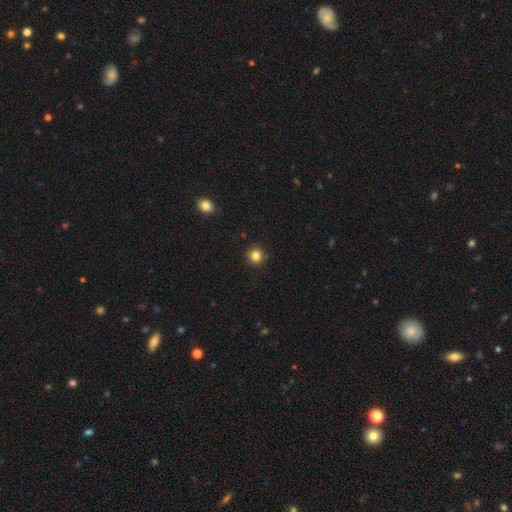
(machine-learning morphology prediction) smooth_or_featured: smooth (p=0.83) [alt: star or artifact p=0.12]
how_rounded: round (p=0.90) [alt: in between p=0.09]
merging: none (p=0.89) [alt: minor disturbance p=0.07]